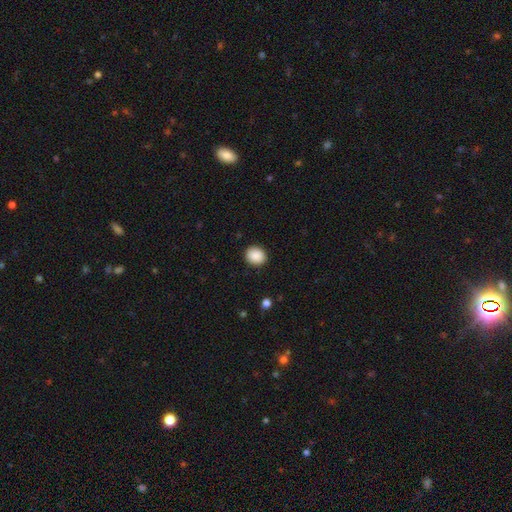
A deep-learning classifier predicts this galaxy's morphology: This is clearly a smooth galaxy (89%). How rounded: likely round (73%). Merging: clearly none (91%).